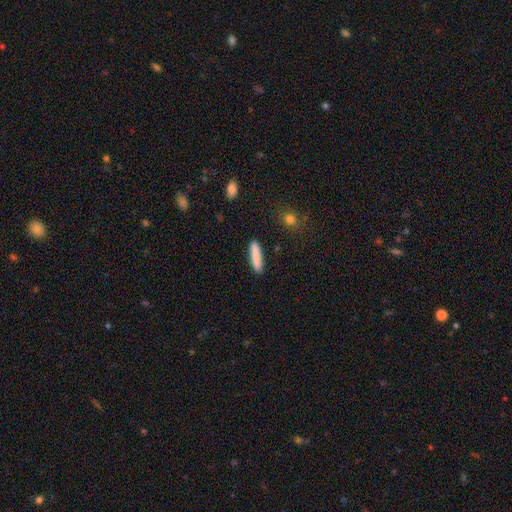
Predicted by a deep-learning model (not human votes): Overall: smooth (86%). How rounded: cigar-shaped (86%). Merging: none (89%).